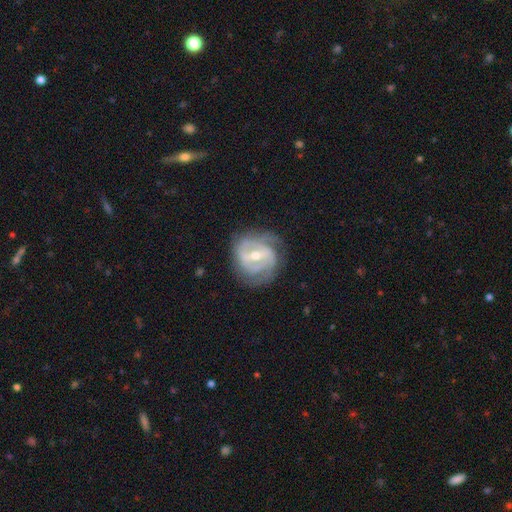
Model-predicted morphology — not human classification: smooth_or_featured: featured or disk (p=0.85) [alt: smooth p=0.10]
disk_edge_on: no (p=0.97) [alt: yes p=0.03]
bar: weak (p=0.45) [alt: strong p=0.38]
has_spiral_arms: yes (p=0.91) [alt: no p=0.09]
spiral_winding: tight (p=0.51) [alt: medium p=0.37]
spiral_arm_count: 2 (p=0.38) [alt: can't tell p=0.24]
bulge_size: moderate (p=0.56) [alt: small p=0.41]
merging: none (p=0.68) [alt: minor disturbance p=0.21]